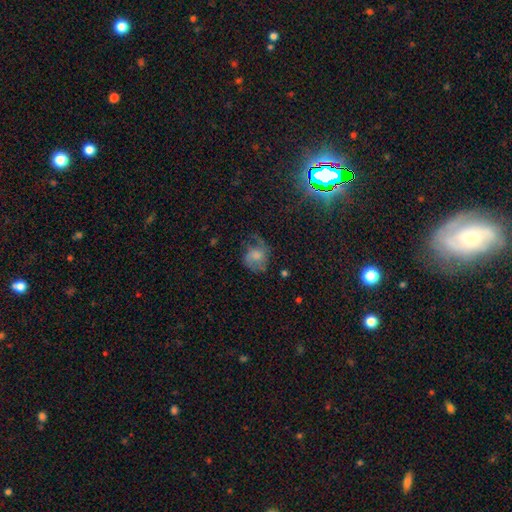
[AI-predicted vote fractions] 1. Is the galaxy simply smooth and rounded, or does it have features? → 48% featured or disk, 42% smooth, 10% star or artifact.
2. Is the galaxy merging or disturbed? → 42% none, 31% major disturbance, 26% minor disturbance, 2% merger.